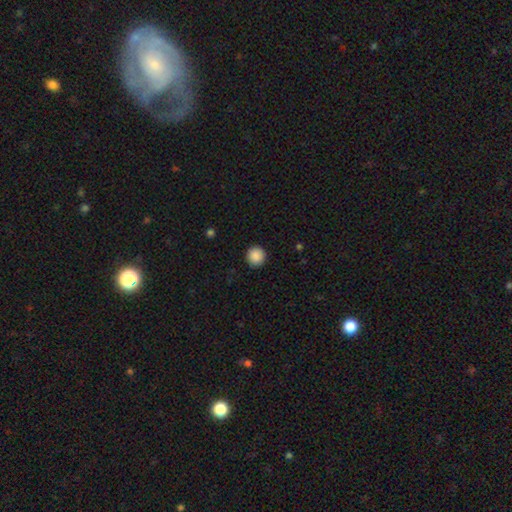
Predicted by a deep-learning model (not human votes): This is clearly a smooth galaxy (89%). How rounded: clearly round (95%). Merging: clearly none (93%).